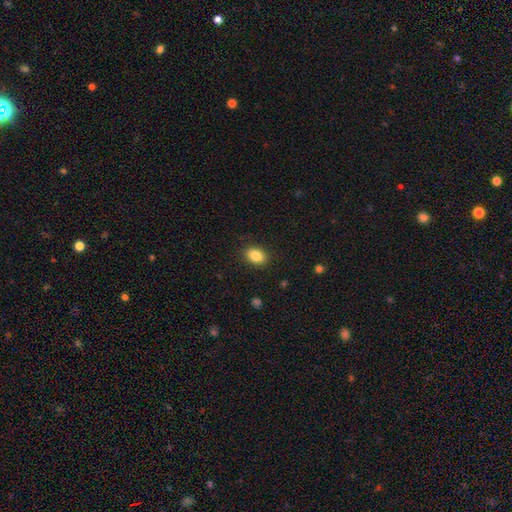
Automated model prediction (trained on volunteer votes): Smooth or featured? Predicted: smooth (p=0.86). How rounded? Predicted: in between (p=0.83). Merging? Predicted: none (p=0.88).